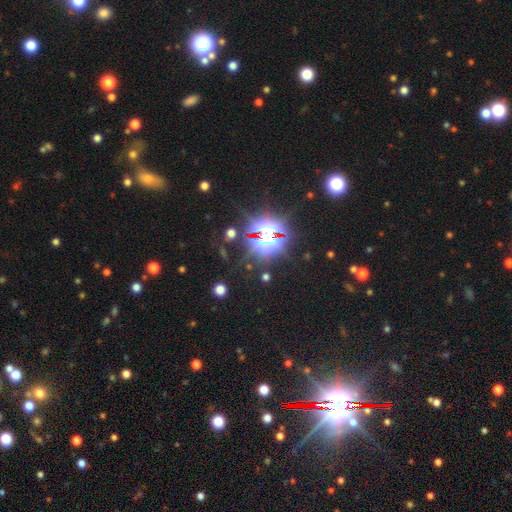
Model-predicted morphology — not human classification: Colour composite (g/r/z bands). It shows a star or artifact, not a galaxy (83%).